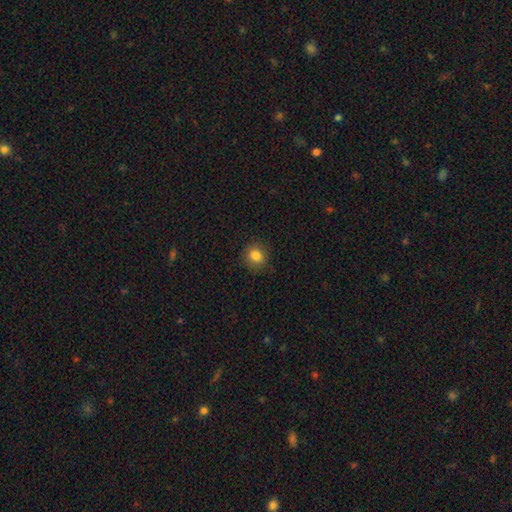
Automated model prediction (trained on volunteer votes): Overall: smooth (84%). How rounded: round (84%). Merging: none (88%).